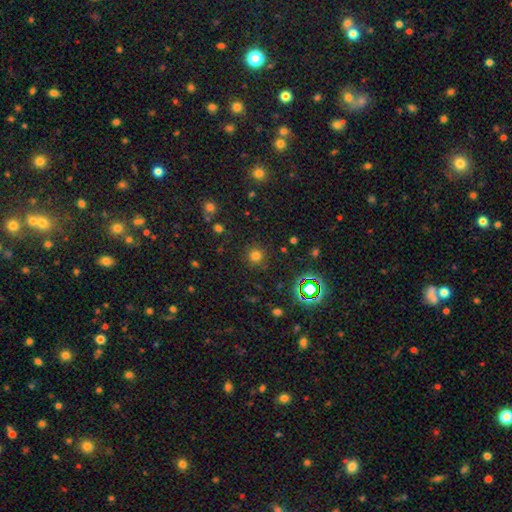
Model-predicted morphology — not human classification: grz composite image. It shows a smooth galaxy with no disk features (73%) that is round (95%). Merging: none (89%).